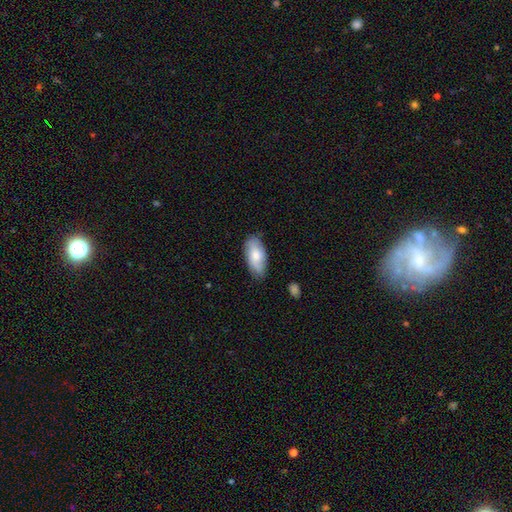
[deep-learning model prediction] A smooth galaxy with no disk features (71%) that is in between round and cigar-shaped (91%).

Vote fractions:
- Smooth or featured? smooth: 71% / featured or disk: 23% / star or artifact: 6%
- How rounded? in between: 91% / cigar-shaped: 7% / round: 2%
- Merging? none: 78% / minor disturbance: 18% / major disturbance: 3% / merger: 1%